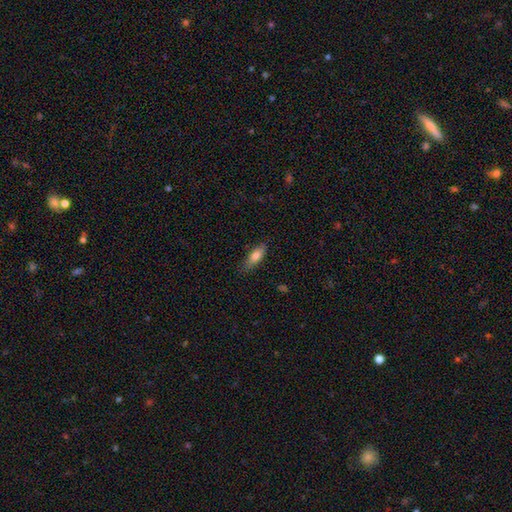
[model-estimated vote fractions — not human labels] A smooth galaxy with no disk features (74%) that is in between round and cigar-shaped (60%). Merging: none (80%).